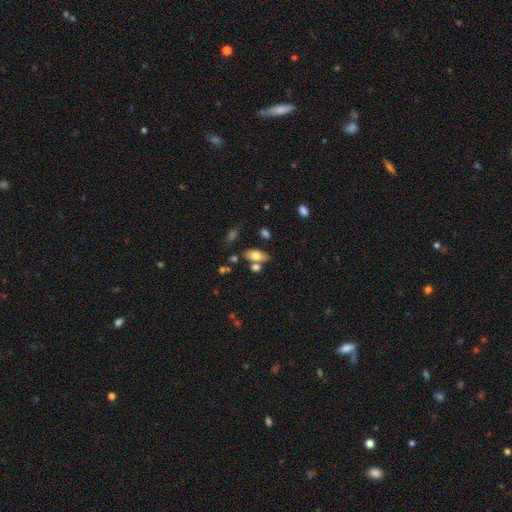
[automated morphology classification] smooth 75%, featured or disk 17%, star or artifact 8%. Down the decision tree: how rounded — in between (89%); merging — none (64%).